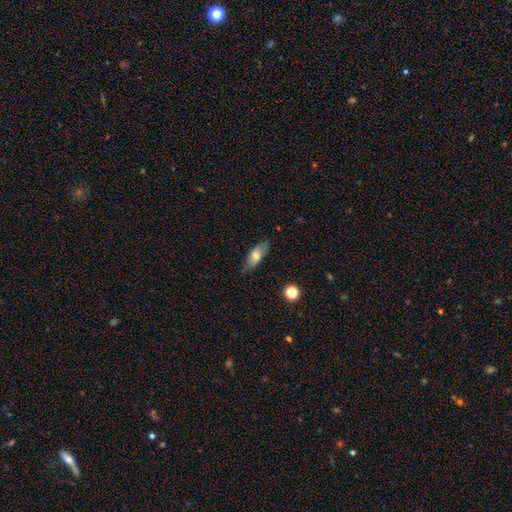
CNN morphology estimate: This appears to be a smooth galaxy with no disk features (66%) that is in between round and cigar-shaped (68%). Merging: none (77%).